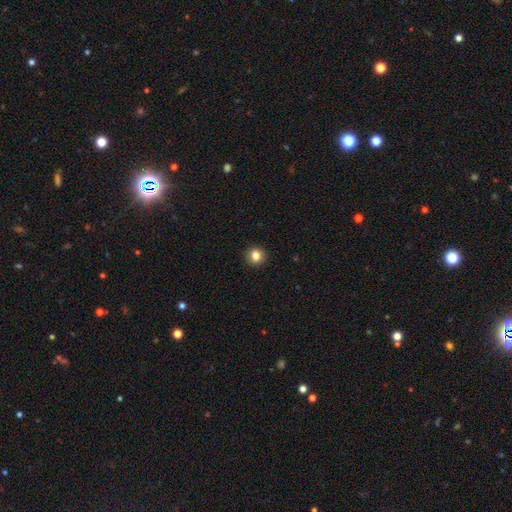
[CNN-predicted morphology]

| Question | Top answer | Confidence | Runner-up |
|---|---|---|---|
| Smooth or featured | smooth | 83% | star or artifact (10%) |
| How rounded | round | 86% | in between (13%) |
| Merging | none | 91% | minor disturbance (6%) |